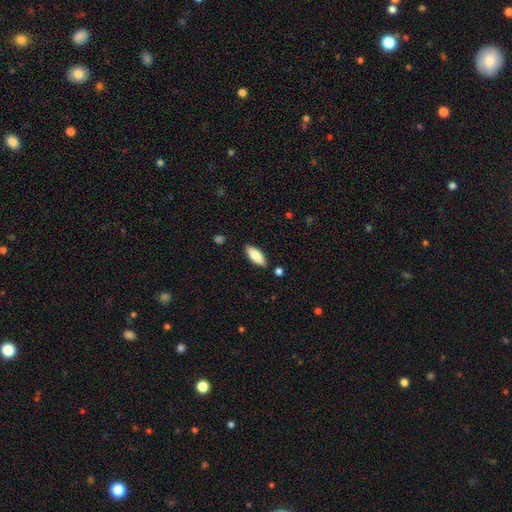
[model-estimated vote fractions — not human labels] Overall: smooth (77%). How rounded: in between (68%; cigar-shaped 30%). Merging: none (86%).